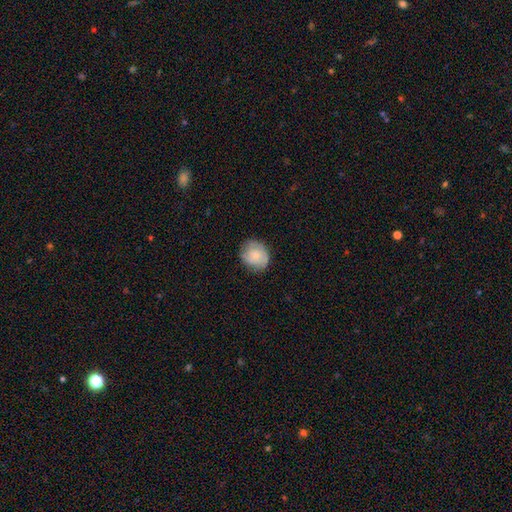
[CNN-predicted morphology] This is likely a smooth galaxy (68%). How rounded: likely round (70%). Merging: likely none (72%).